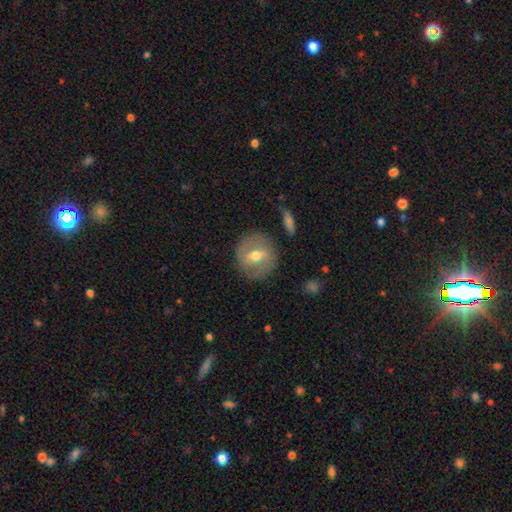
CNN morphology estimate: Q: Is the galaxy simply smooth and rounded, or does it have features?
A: featured or disk — 48%.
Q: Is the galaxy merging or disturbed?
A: none — 83%.